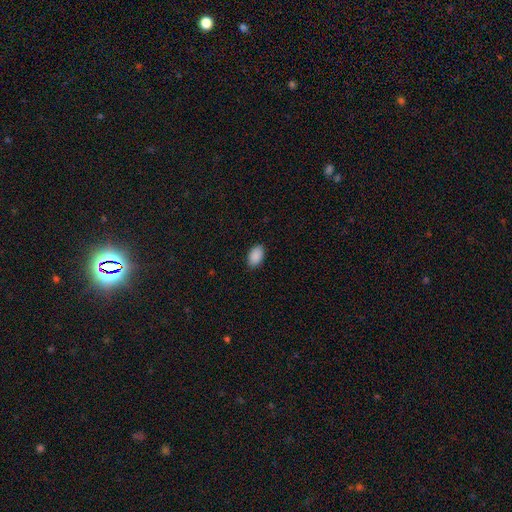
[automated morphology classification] Overall: smooth (90%). How rounded: in between (91%). Merging: none (87%).